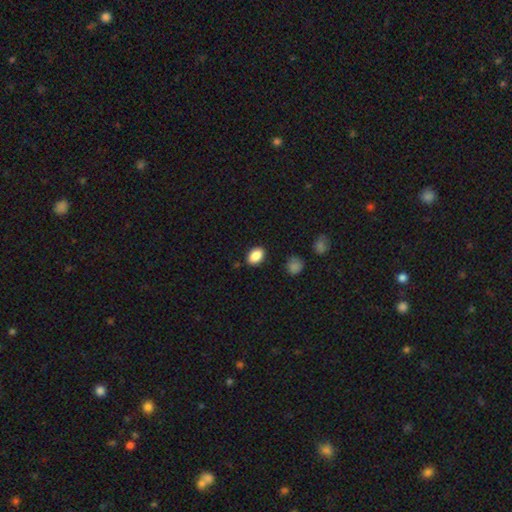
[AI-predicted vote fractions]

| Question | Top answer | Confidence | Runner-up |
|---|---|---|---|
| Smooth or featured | smooth | 88% | star or artifact (8%) |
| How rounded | in between | 86% | round (13%) |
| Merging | none | 87% | minor disturbance (9%) |